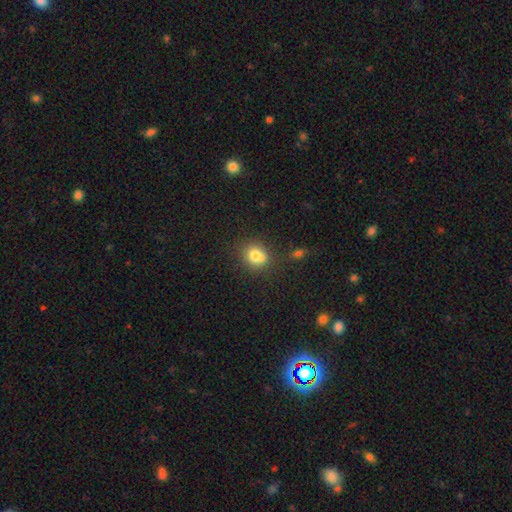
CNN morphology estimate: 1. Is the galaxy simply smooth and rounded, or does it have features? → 77% smooth, 11% featured or disk, 11% star or artifact.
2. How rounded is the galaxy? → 65% round, 34% in between, 1% cigar-shaped.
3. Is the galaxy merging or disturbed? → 55% none, 24% merger, 16% minor disturbance, 5% major disturbance.